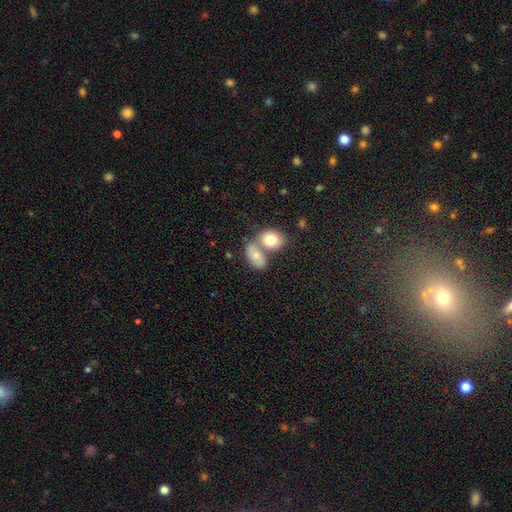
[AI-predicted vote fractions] The model was most divided on "merging": merger: 57%, none: 31%, minor disturbance: 9%, major disturbance: 4%. More confident: how rounded — in between (84%); smooth or featured — smooth (77%).